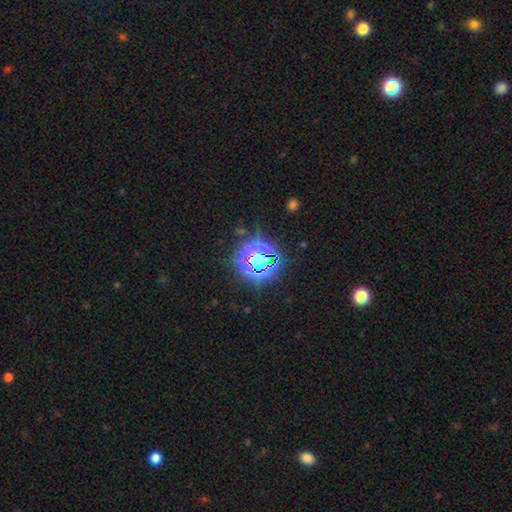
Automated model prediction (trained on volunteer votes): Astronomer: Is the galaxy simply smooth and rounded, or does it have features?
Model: star or artifact — 81%.